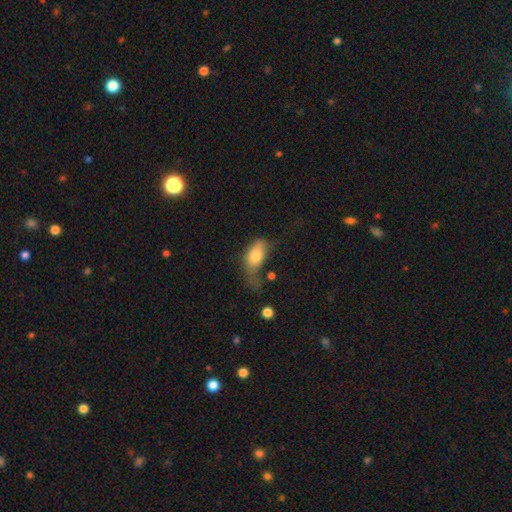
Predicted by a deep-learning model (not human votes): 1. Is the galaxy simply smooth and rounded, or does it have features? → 73% smooth, 19% featured or disk, 8% star or artifact.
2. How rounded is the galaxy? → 88% in between, 8% round, 5% cigar-shaped.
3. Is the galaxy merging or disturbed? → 42% major disturbance, 29% minor disturbance, 22% none, 7% merger.